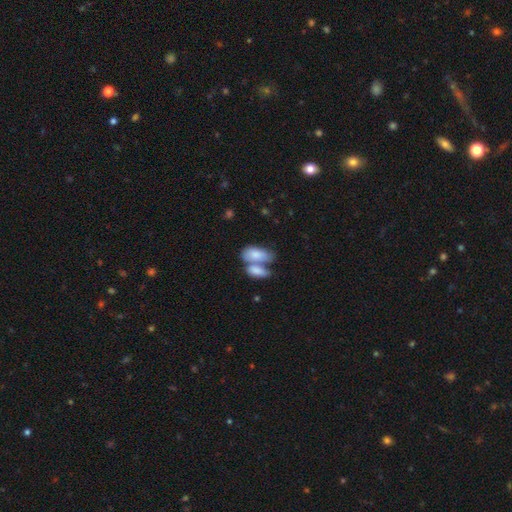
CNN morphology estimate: This appears to be a smooth galaxy with no disk features (77%) that is in between round and cigar-shaped (91%). Merging: merger (64%).